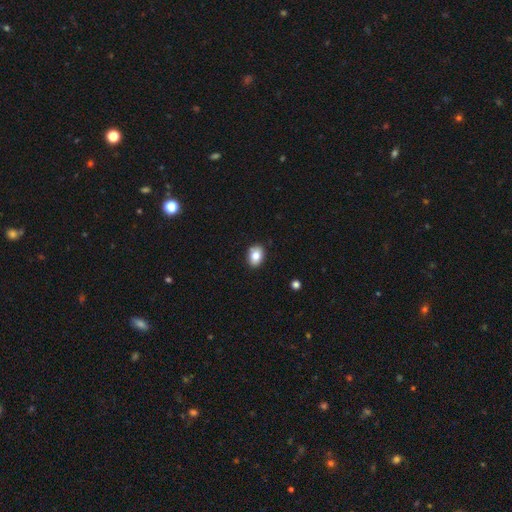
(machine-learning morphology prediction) smooth-or-featured: smooth: 82% | featured or disk: 9% | star or artifact: 9%
  how-rounded: in between: 76% | round: 23% | cigar-shaped: 1%
  merging: none: 87% | minor disturbance: 10% | major disturbance: 2% | merger: 1%